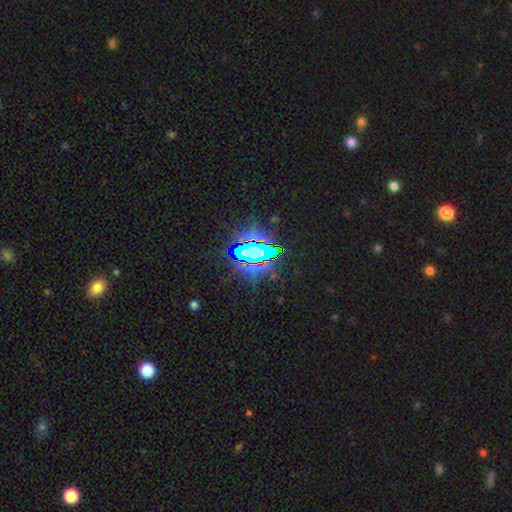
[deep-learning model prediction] Q: Smooth or featured?
A: star or artifact (73%); runner-up: smooth (13%)